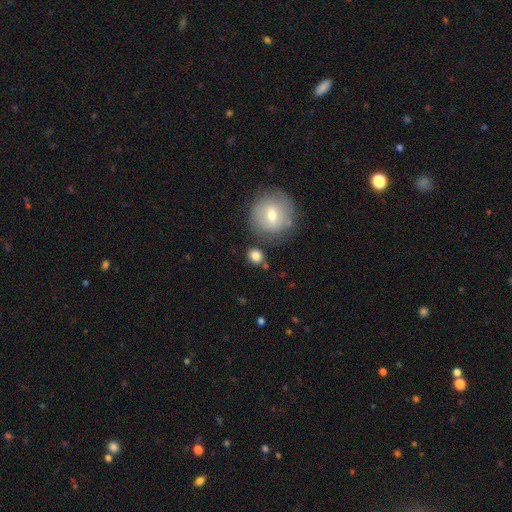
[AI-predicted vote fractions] Q: Smooth or featured?
A: smooth (81%); runner-up: star or artifact (10%)
Q: How rounded?
A: round (72%); runner-up: in between (27%)
Q: Merging?
A: none (75%); runner-up: minor disturbance (12%)